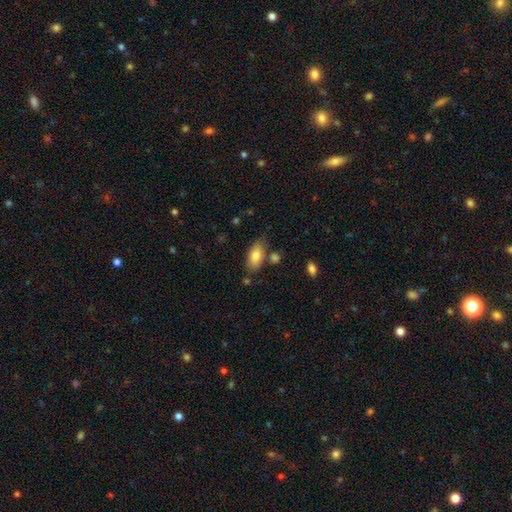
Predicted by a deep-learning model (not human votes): This appears to be a smooth galaxy with no disk features (79%) that is in between round and cigar-shaped (90%). Merging: none (70%).